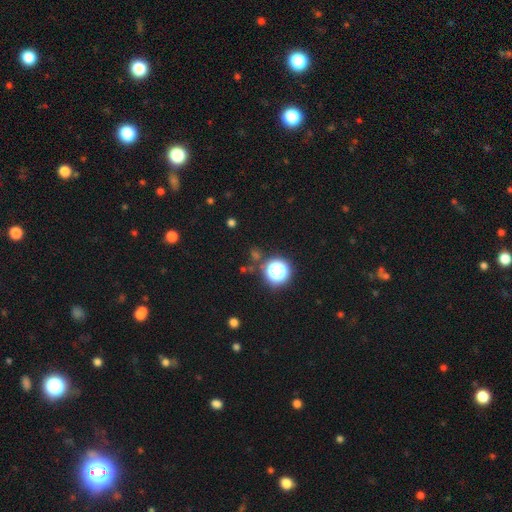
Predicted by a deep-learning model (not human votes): A star or artifact, not a galaxy (66%).

Vote fractions:
- Smooth or featured? star or artifact: 66% / smooth: 27% / featured or disk: 7%